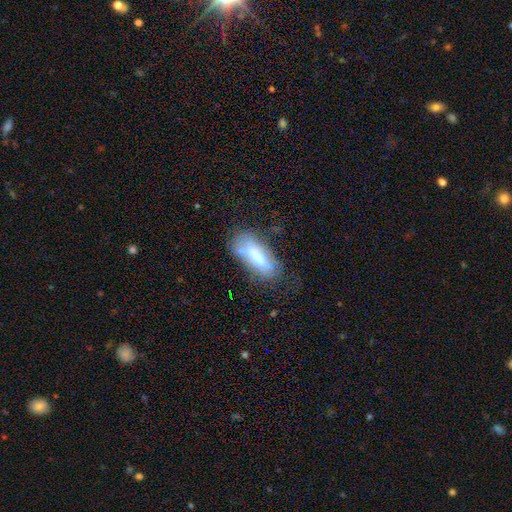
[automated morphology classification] The model was most divided on "smooth or featured": smooth: 57%, featured or disk: 34%, star or artifact: 9%. More confident: how rounded — in between (66%); merging — none (52%).